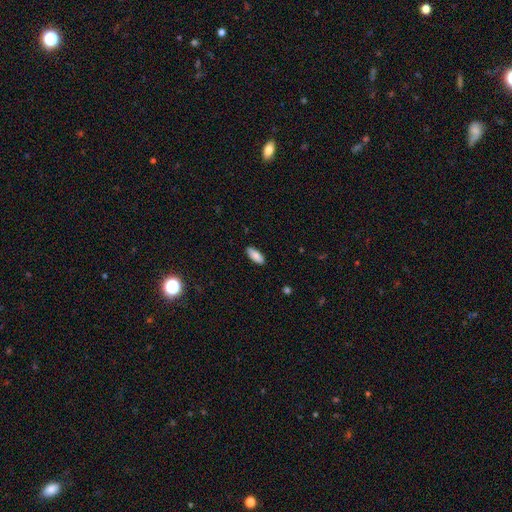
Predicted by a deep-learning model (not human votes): A smooth galaxy with no disk features (87%) that is in between round and cigar-shaped (82%). Merging: none (88%).